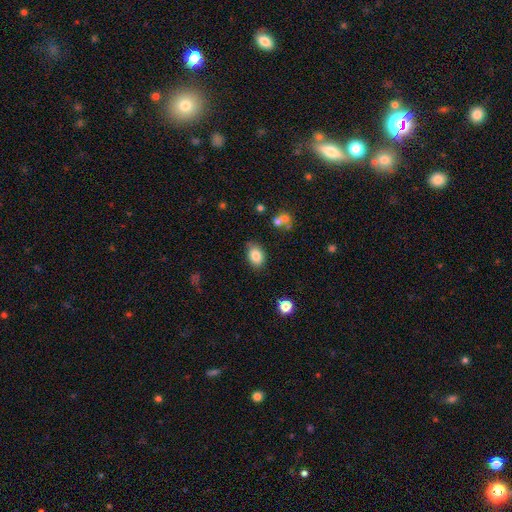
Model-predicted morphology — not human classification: The model was most divided on "merging": none: 76%, minor disturbance: 18%, major disturbance: 4%, merger: 3%. More confident: smooth or featured — smooth (83%); how rounded — in between (79%).